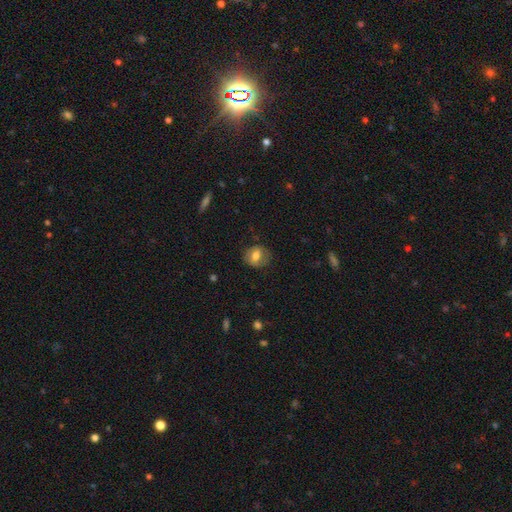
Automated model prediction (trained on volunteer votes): A smooth galaxy with no disk features (68%) that is round (58%). Merging: none (77%).